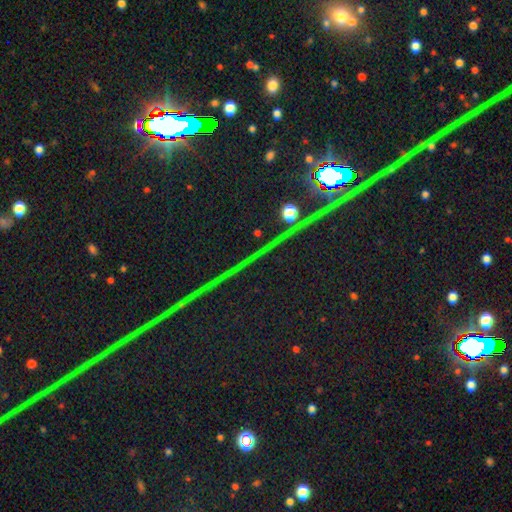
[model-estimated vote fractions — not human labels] A star or artifact, not a galaxy (87%).

Vote fractions:
- Smooth or featured? star or artifact: 87% / featured or disk: 7% / smooth: 5%